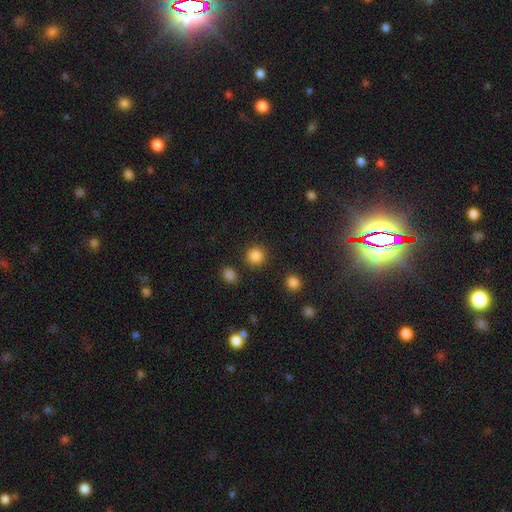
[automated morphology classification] A smooth galaxy with no disk features (85%) that is round (93%).

Vote fractions:
- Smooth or featured? smooth: 85% / star or artifact: 11% / featured or disk: 3%
- How rounded? round: 93% / in between: 6% / cigar-shaped: 1%
- Merging? none: 89% / minor disturbance: 6% / merger: 3% / major disturbance: 3%